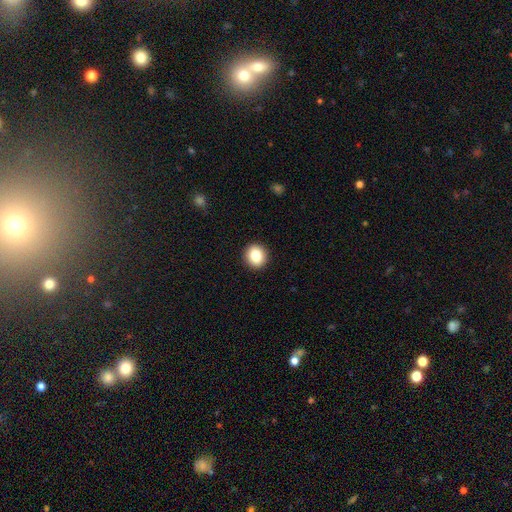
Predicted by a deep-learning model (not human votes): smooth_or_featured: smooth (p=0.84) [alt: star or artifact p=0.09]
how_rounded: round (p=0.81) [alt: in between p=0.18]
merging: none (p=0.92) [alt: minor disturbance p=0.05]